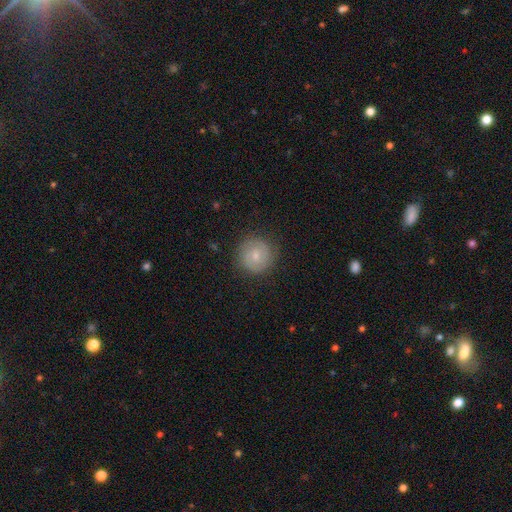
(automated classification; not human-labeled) Smooth or featured? Predicted: featured or disk (p=0.51). Edge-on disk? Predicted: no (p=0.98). Merging? Predicted: none (p=0.85).